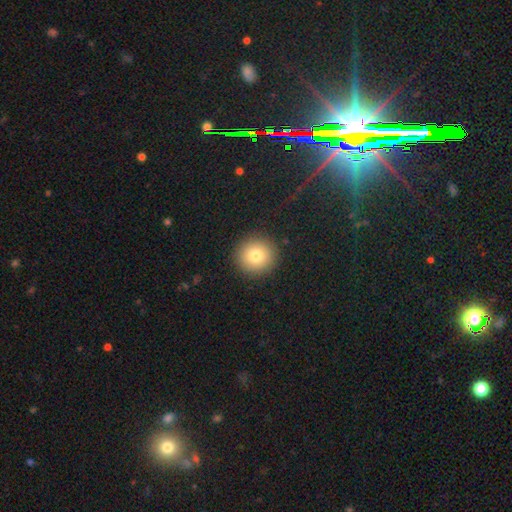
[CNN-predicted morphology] A smooth galaxy with no disk features (78%) that is round (94%).

Vote fractions:
- Smooth or featured? smooth: 78% / star or artifact: 11% / featured or disk: 10%
- How rounded? round: 94% / in between: 5% / cigar-shaped: 1%
- Merging? none: 91% / minor disturbance: 5% / major disturbance: 2% / merger: 1%